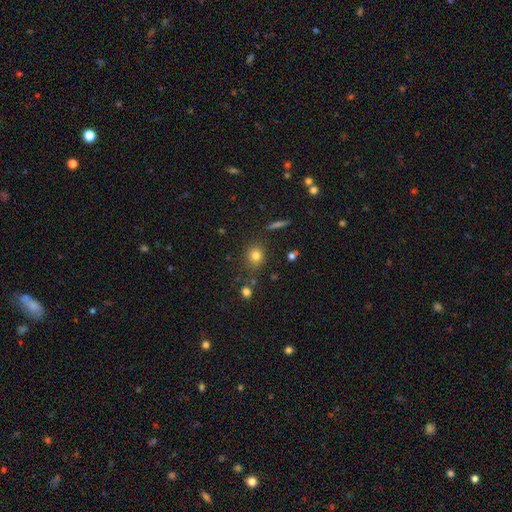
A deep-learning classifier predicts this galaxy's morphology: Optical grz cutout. It shows a smooth galaxy with no disk features (79%) that is round (78%). Merging: none (79%).